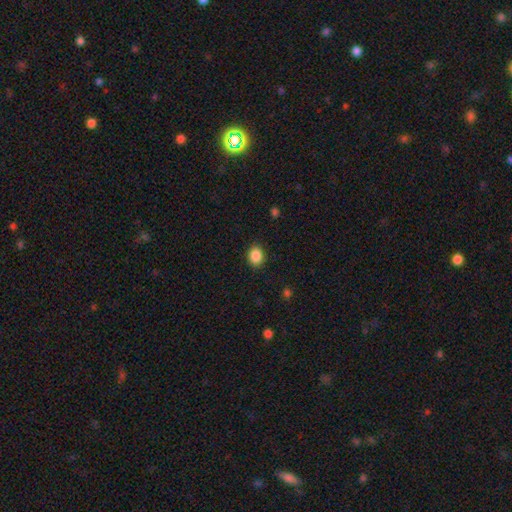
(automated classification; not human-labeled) Smooth or featured? smooth (88%)
How rounded? in between (55%)
Merging? none (89%)